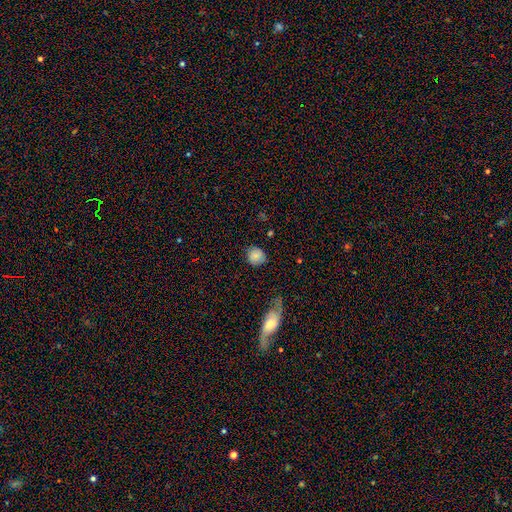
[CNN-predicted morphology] Smooth or featured?
  - smooth: 82% *
  - star or artifact: 9%
  - featured or disk: 9%
How rounded?
  - round: 83% *
  - in between: 16%
  - cigar-shaped: 1%
Merging?
  - none: 74% *
  - minor disturbance: 19%
  - major disturbance: 5%
  - merger: 2%